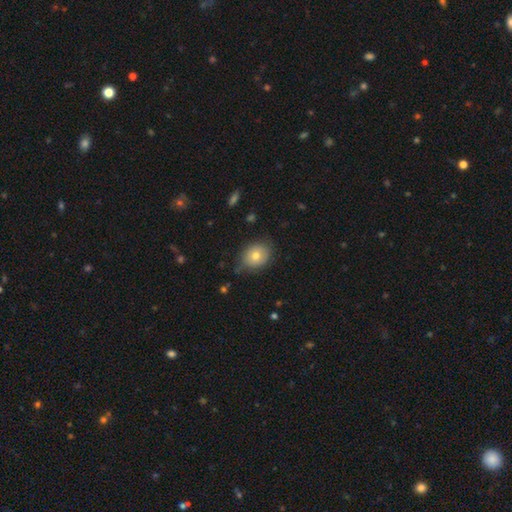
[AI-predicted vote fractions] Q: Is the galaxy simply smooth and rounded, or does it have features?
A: smooth — 74%.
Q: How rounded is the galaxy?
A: round — 55%.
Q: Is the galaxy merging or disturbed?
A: none — 75%.